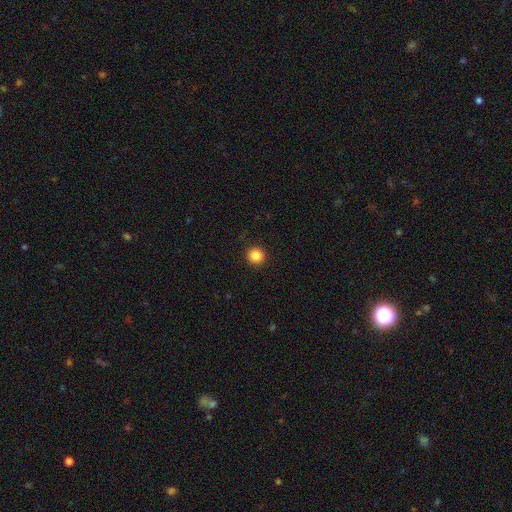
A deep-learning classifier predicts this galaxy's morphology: smooth-or-featured: smooth: 86% | star or artifact: 11% | featured or disk: 4%
  how-rounded: round: 95% | in between: 4% | cigar-shaped: 1%
  merging: none: 93% | minor disturbance: 5% | major disturbance: 2% | merger: 1%